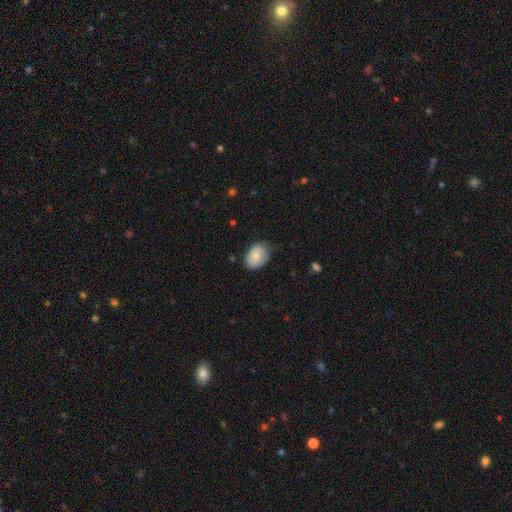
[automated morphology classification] smooth 75%, featured or disk 19%, star or artifact 7%. Down the decision tree: how rounded — in between (74%); merging — none (68%).